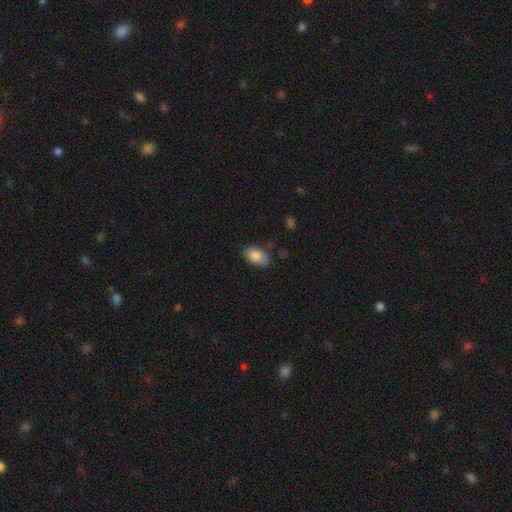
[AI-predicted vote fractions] Smooth or featured? Predicted: smooth (p=0.84). How rounded? Predicted: in between (p=0.91). Merging? Predicted: none (p=0.79).